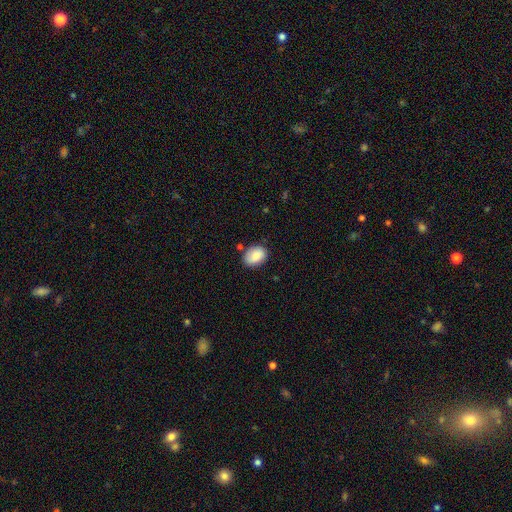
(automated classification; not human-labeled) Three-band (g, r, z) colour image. It shows a smooth galaxy with no disk features (85%) that is in between round and cigar-shaped (73%). Merging: none (76%).